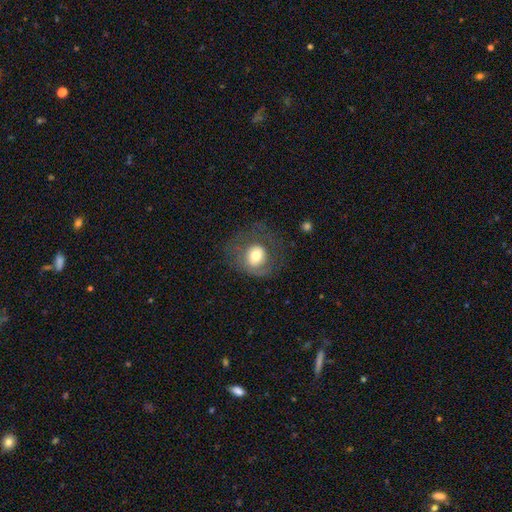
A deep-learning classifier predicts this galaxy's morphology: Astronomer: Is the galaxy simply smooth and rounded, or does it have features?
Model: smooth — 59%.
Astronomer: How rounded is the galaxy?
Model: round — 75%.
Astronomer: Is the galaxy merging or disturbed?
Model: none — 50% (runner-up: major disturbance, 28%).